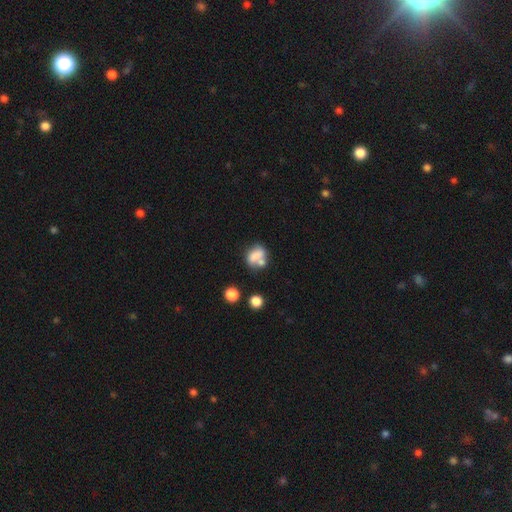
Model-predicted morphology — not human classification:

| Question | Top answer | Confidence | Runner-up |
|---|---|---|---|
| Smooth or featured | smooth | 68% | featured or disk (21%) |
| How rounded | in between | 65% | round (31%) |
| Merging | merger | 40% | none (34%) |